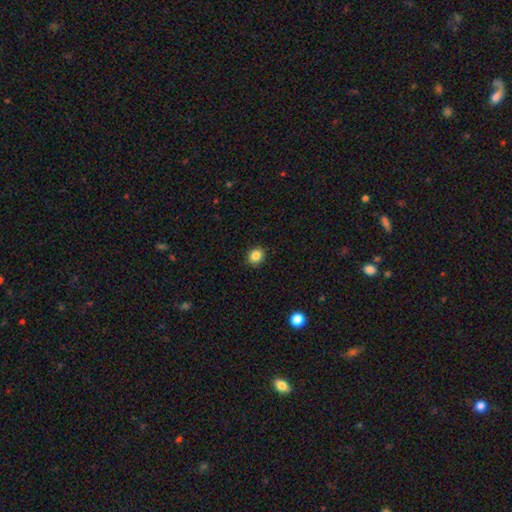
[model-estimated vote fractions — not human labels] Smooth or featured: smooth — 85% (star or artifact — 10%)
How rounded: round — 67% (in between — 32%)
Merging: none — 91% (minor disturbance — 7%)